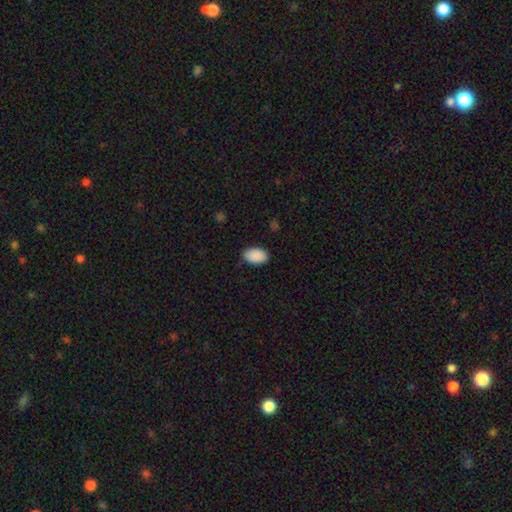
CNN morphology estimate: Smooth or featured?
  - smooth: 91% *
  - star or artifact: 6%
  - featured or disk: 3%
How rounded?
  - in between: 93% *
  - round: 5%
  - cigar-shaped: 1%
Merging?
  - none: 86% *
  - minor disturbance: 11%
  - major disturbance: 2%
  - merger: 1%